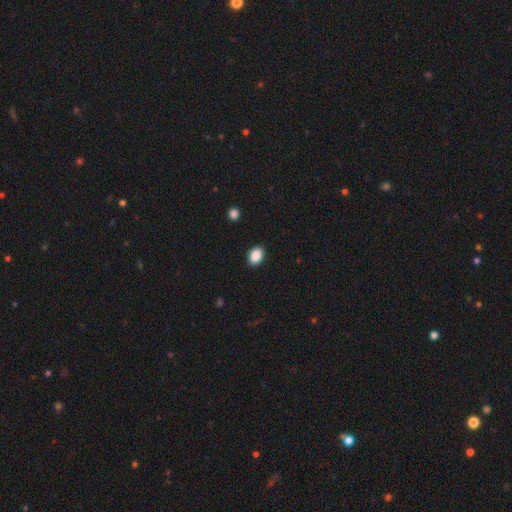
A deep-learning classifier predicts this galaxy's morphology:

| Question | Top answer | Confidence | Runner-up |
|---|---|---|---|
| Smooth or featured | smooth | 89% | star or artifact (8%) |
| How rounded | in between | 79% | round (20%) |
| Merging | none | 89% | minor disturbance (8%) |